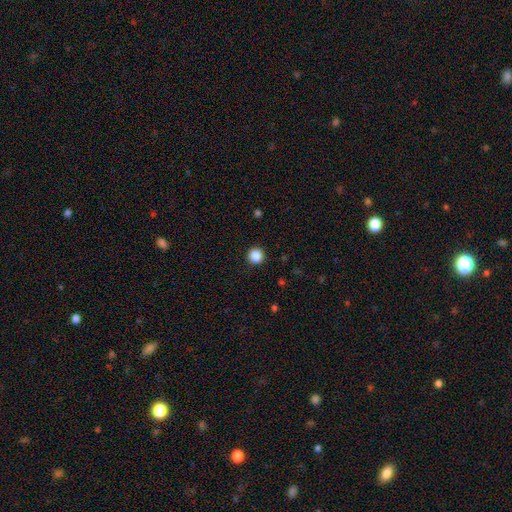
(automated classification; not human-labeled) Smooth or featured?
  - smooth: 88% *
  - star or artifact: 10%
  - featured or disk: 2%
How rounded?
  - round: 95% *
  - in between: 4%
  - cigar-shaped: 1%
Merging?
  - none: 92% *
  - minor disturbance: 5%
  - major disturbance: 2%
  - merger: 1%